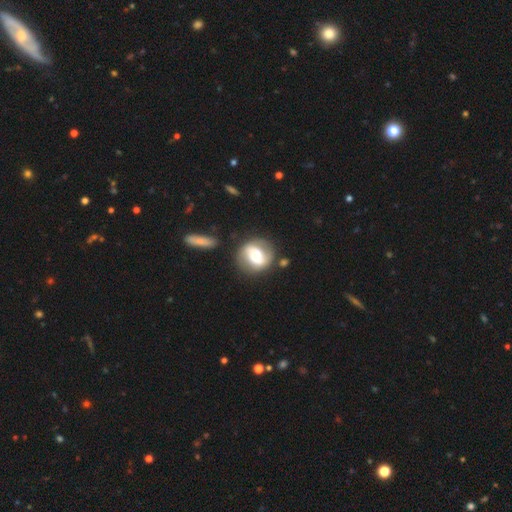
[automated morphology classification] This appears to be a featured or disk galaxy (66%) with a weak bar (42%), 2 (80%) medium (42%) spiral arms (84%) and a moderate central bulge (49%). Merging: none (66%).